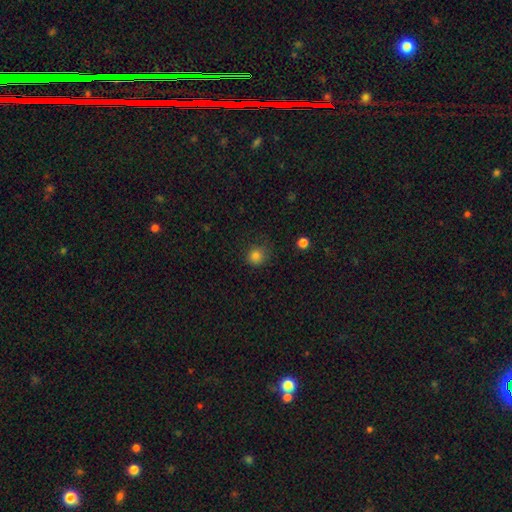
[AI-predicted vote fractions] Smooth or featured: smooth — 82% (star or artifact — 13%)
How rounded: round — 89% (in between — 10%)
Merging: none — 79% (minor disturbance — 15%)